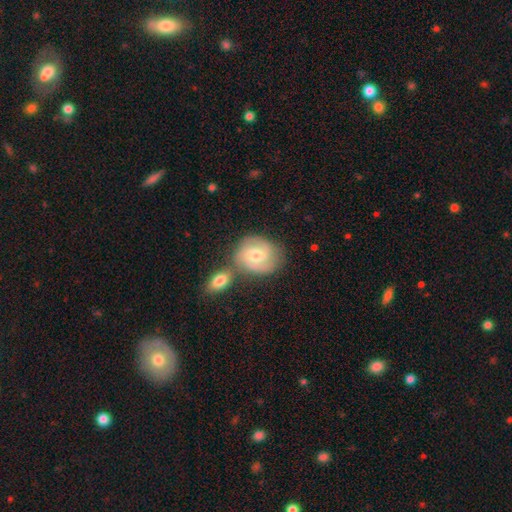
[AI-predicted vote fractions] This is likely a featured or disk galaxy (72%). It is clearly not viewed edge-on (97%). Bar: possibly weak (52%). Spiral arm pattern: clearly yes (93%). Spiral arm count: likely 2 (71%). Spiral winding: possibly tight (45%). Central bulge: likely moderate (65%). Merging: possibly none (56%).